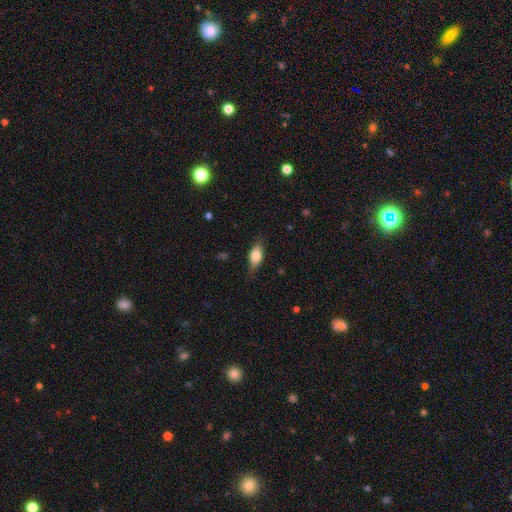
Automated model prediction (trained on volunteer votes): smooth_or_featured: smooth (p=0.69) [alt: featured or disk p=0.24]
how_rounded: in between (p=0.80) [alt: cigar-shaped p=0.14]
merging: none (p=0.77) [alt: minor disturbance p=0.18]